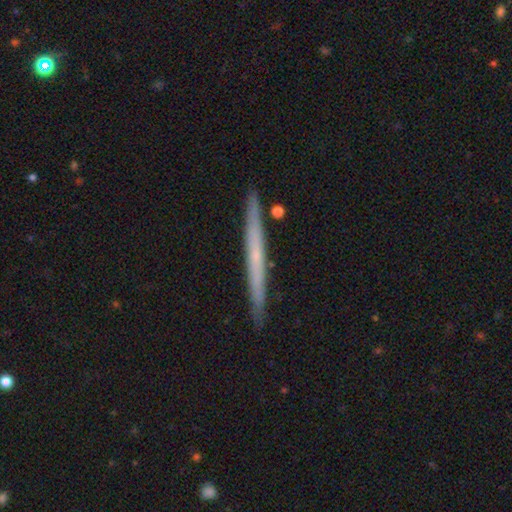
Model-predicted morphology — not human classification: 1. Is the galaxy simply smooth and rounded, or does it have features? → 56% featured or disk, 38% smooth, 6% star or artifact.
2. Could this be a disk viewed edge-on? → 97% yes, 3% no.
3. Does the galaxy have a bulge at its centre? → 79% none, 17% rounded, 3% boxy.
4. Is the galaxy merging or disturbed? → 90% none, 7% minor disturbance, 2% merger, 1% major disturbance.